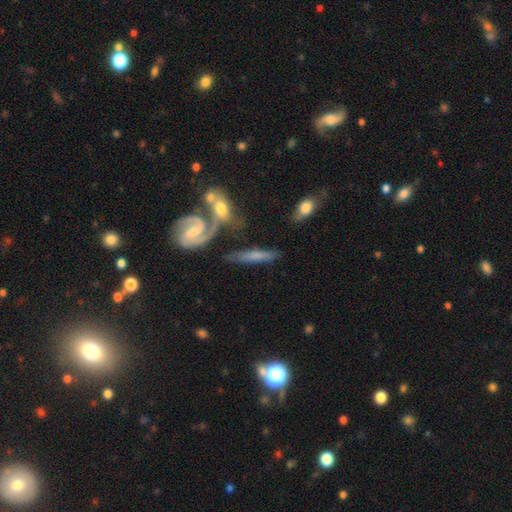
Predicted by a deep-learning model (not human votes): smooth_or_featured: featured or disk (p=0.54) [alt: smooth p=0.39]
disk_edge_on: no (p=0.53) [alt: yes p=0.47]
merging: none (p=0.55) [alt: merger p=0.19]